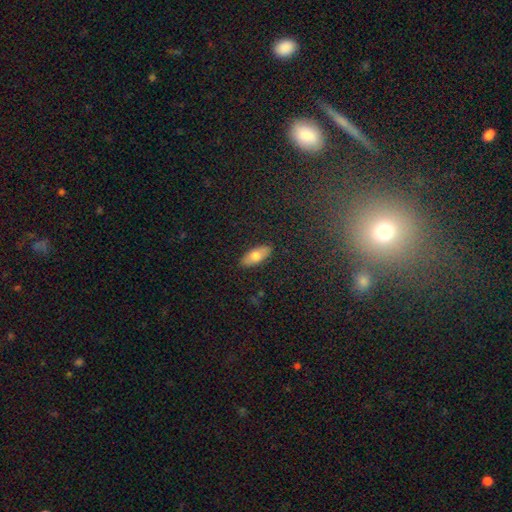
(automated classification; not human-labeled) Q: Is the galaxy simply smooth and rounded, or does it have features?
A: smooth — 74%.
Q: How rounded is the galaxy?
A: in between — 84%.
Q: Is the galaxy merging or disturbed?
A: none — 89%.